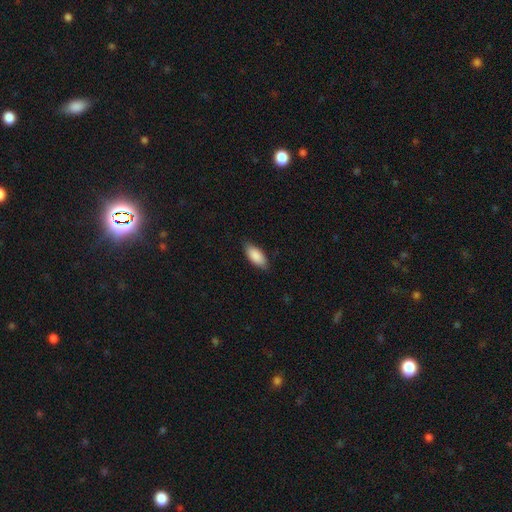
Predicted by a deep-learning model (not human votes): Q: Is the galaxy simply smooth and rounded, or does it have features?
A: smooth — 89%.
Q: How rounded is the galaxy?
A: in between — 88%.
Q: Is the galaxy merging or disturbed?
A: none — 84%.